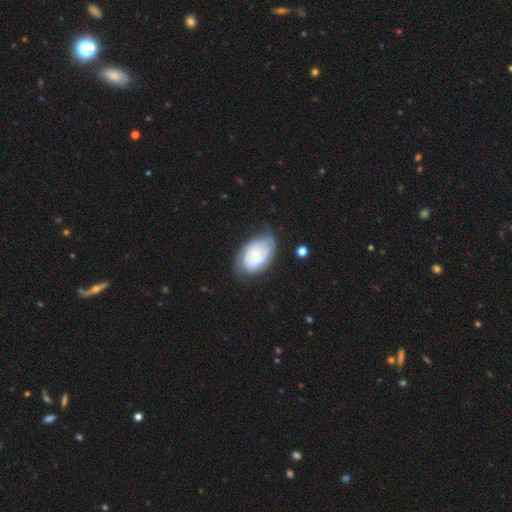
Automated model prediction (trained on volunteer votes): smooth_or_featured: featured or disk (p=0.63) [alt: smooth p=0.31]
disk_edge_on: no (p=0.96) [alt: yes p=0.04]
bar: no (p=0.66) [alt: weak p=0.29]
has_spiral_arms: yes (p=0.83) [alt: no p=0.17]
bulge_size: small (p=0.65) [alt: moderate p=0.28]
merging: none (p=0.61) [alt: minor disturbance p=0.27]